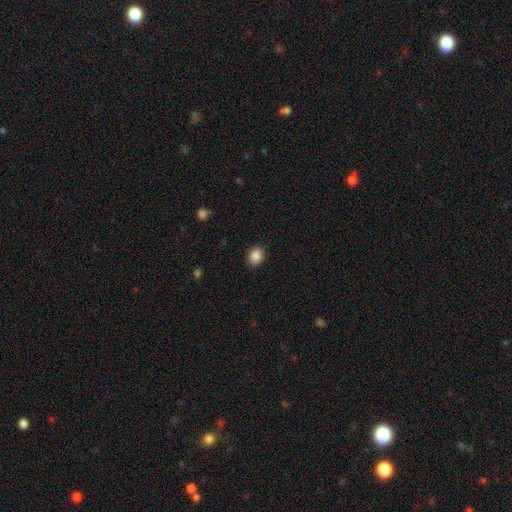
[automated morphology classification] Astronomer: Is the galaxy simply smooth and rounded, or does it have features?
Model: smooth — 88%.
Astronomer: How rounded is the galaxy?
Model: round — 54% (runner-up: in between, 46%).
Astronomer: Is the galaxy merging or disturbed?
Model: none — 89%.